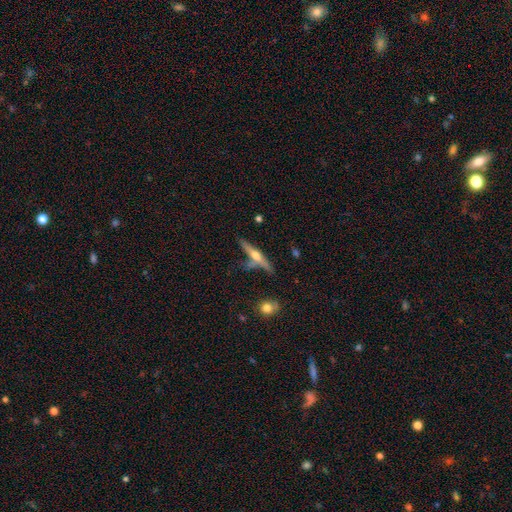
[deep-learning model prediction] featured or disk 63%, smooth 29%, star or artifact 7%. Down the decision tree: edge-on disk — yes (94%); edge-on bulge — rounded (90%); merging — none (64%).